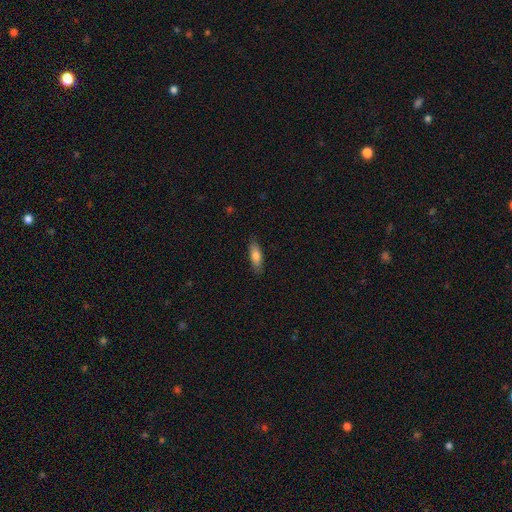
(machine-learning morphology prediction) Smooth or featured: smooth — 77% (featured or disk — 16%)
How rounded: in between — 59% (cigar-shaped — 39%)
Merging: none — 85% (minor disturbance — 11%)